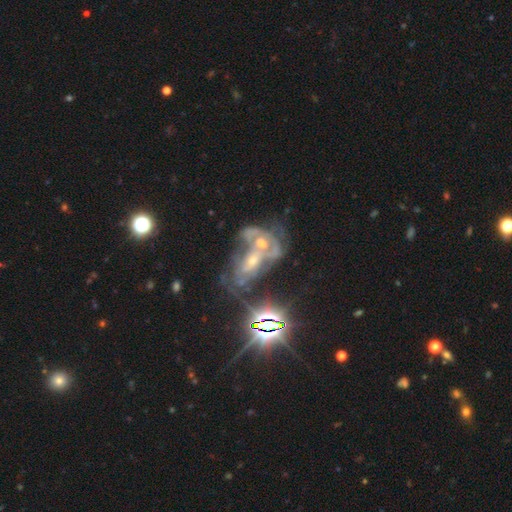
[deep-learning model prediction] smooth-or-featured: featured or disk: 57% | star or artifact: 29% | smooth: 14%
  disk-edge-on: no: 93% | yes: 7%
    bar: no: 66% | weak: 23% | strong: 11%
    has-spiral-arms: yes: 66% | no: 34%
    bulge-size: moderate: 47% | small: 41% | none: 6% | large: 4% | dominant: 2%
  merging: merger: 70% | none: 13% | major disturbance: 10% | minor disturbance: 6%